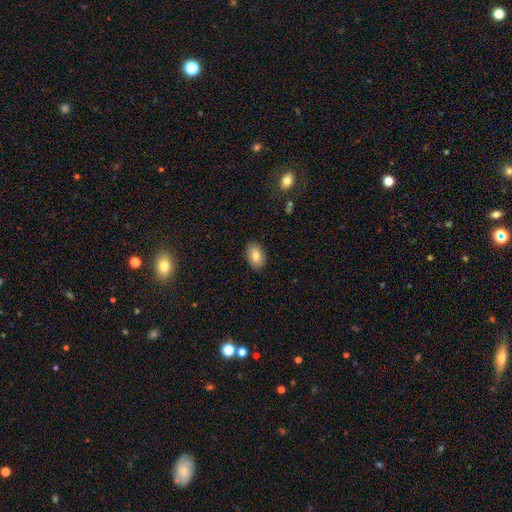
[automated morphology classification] Overall: smooth (81%). How rounded: in between (89%). Merging: none (88%).